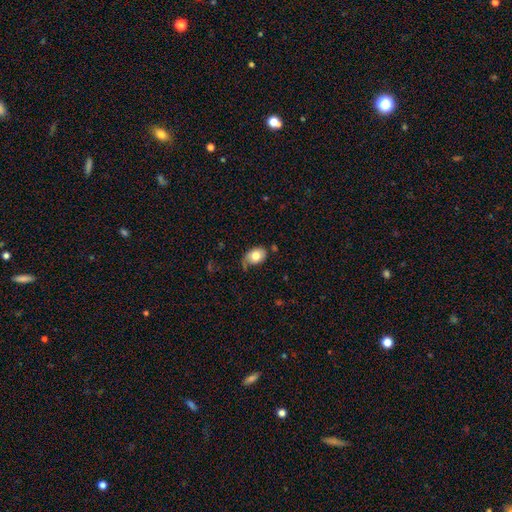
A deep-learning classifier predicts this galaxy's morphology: This is likely a smooth galaxy (75%). How rounded: likely in between (78%). Merging: likely none (61%).